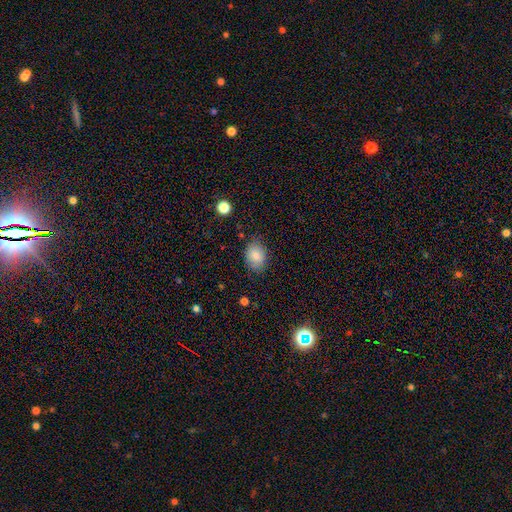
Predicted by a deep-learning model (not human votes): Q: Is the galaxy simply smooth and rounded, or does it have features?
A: smooth — 83%.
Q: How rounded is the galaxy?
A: in between — 70%.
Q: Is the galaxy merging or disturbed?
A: none — 80%.